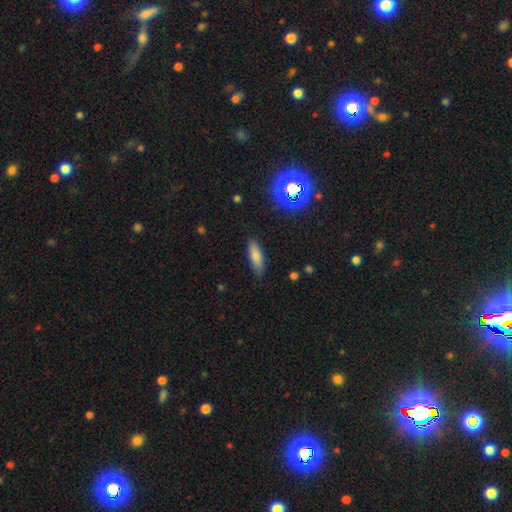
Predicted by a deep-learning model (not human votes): smooth-or-featured: smooth: 78% | featured or disk: 12% | star or artifact: 10%
  how-rounded: in between: 57% | cigar-shaped: 41% | round: 2%
  merging: none: 84% | minor disturbance: 12% | major disturbance: 3% | merger: 1%